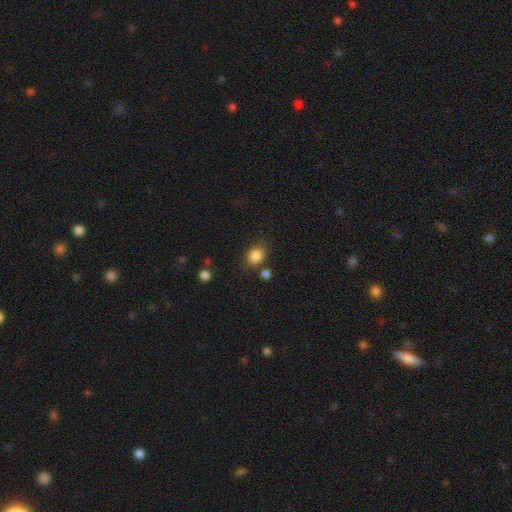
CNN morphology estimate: Overall: smooth (85%). How rounded: round (51%; in between 48%). Merging: none (74%).